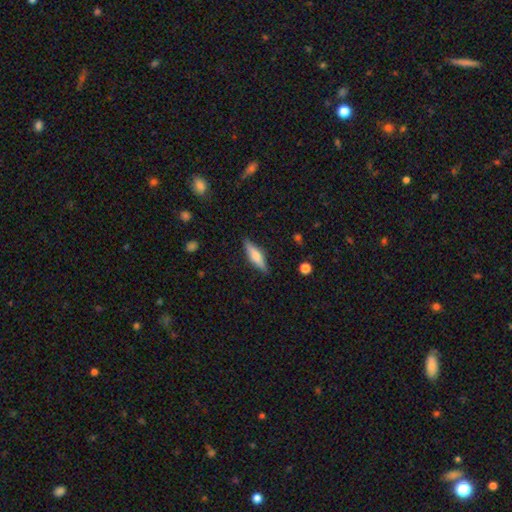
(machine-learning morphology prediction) smooth 52%, featured or disk 41%, star or artifact 6%. Down the decision tree: how rounded — cigar-shaped (72%); merging — none (88%).